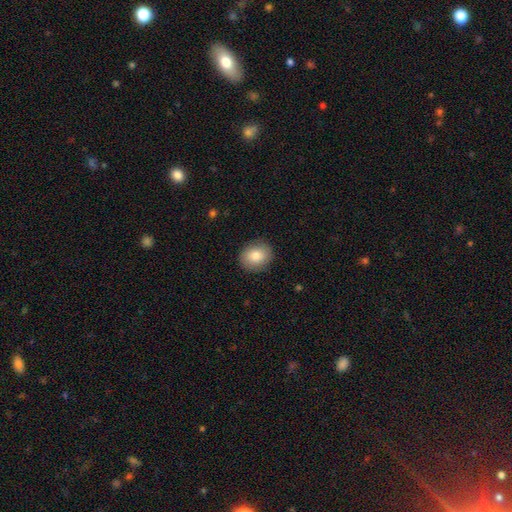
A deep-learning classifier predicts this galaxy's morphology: smooth 83%, featured or disk 10%, star or artifact 8%. Down the decision tree: how rounded — round (62%); merging — none (88%).